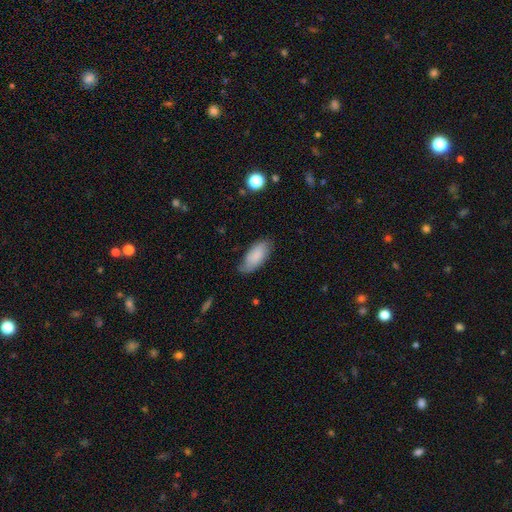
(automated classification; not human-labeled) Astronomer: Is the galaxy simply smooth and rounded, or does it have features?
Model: smooth — 78%.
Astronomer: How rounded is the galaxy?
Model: in between — 89%.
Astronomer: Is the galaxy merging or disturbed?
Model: none — 68%.